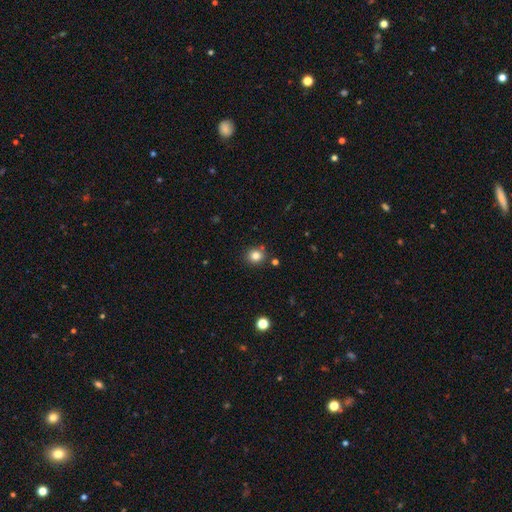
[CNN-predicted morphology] smooth-or-featured: smooth: 81% | star or artifact: 13% | featured or disk: 6%
  how-rounded: round: 86% | in between: 13% | cigar-shaped: 1%
  merging: none: 85% | minor disturbance: 8% | merger: 4% | major disturbance: 2%